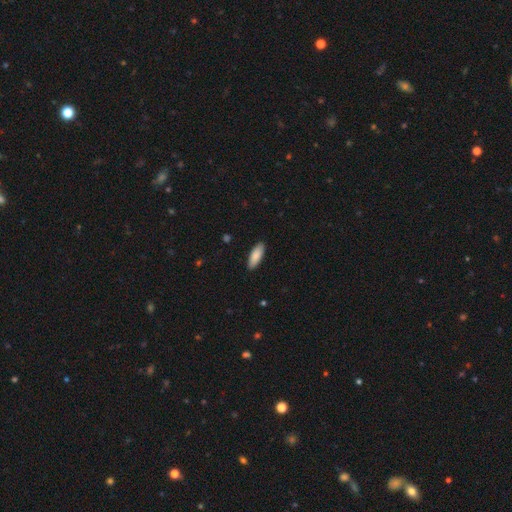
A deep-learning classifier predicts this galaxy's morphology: This appears to be a smooth galaxy with no disk features (87%) that is in between round and cigar-shaped (69%). Merging: none (90%).